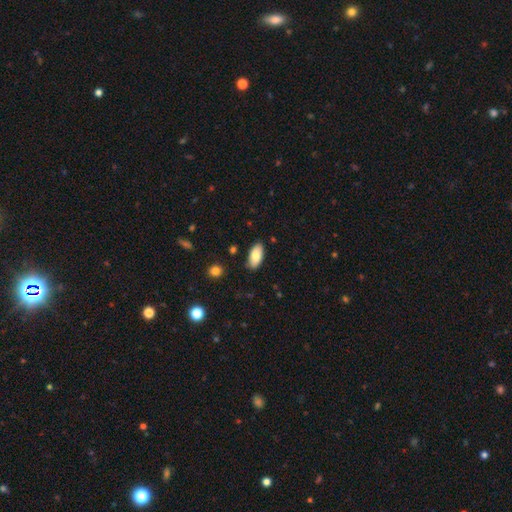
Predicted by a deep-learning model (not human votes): smooth 82%, featured or disk 12%, star or artifact 7%. Down the decision tree: how rounded — in between (93%); merging — none (85%).